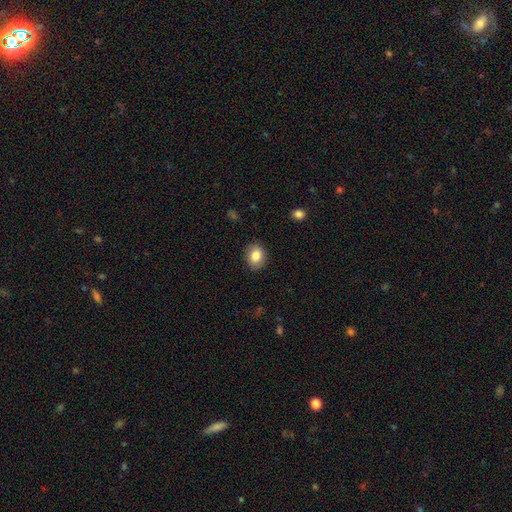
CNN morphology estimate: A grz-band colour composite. It shows a smooth galaxy with no disk features (83%) that is in between round and cigar-shaped (53%). Merging: none (87%).